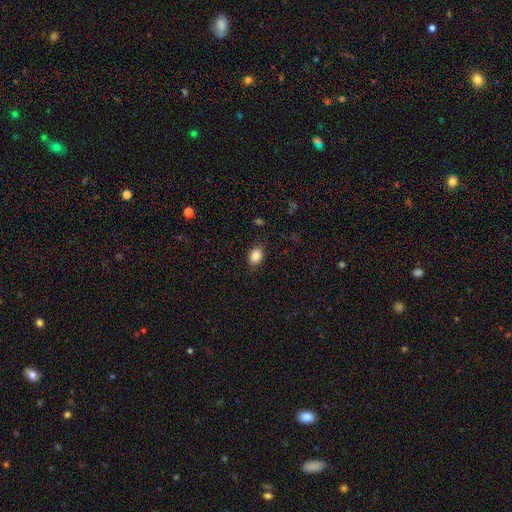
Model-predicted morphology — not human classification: type=smooth (87%); roundness=in between (73%); merging=none (83%).